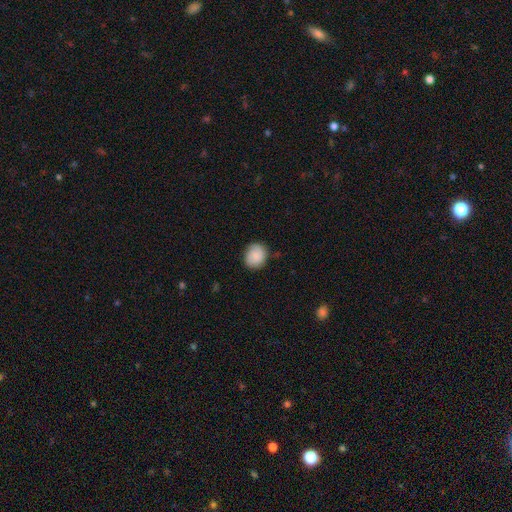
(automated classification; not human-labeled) This is clearly a smooth galaxy (84%). How rounded: likely round (66%). Merging: likely none (80%).